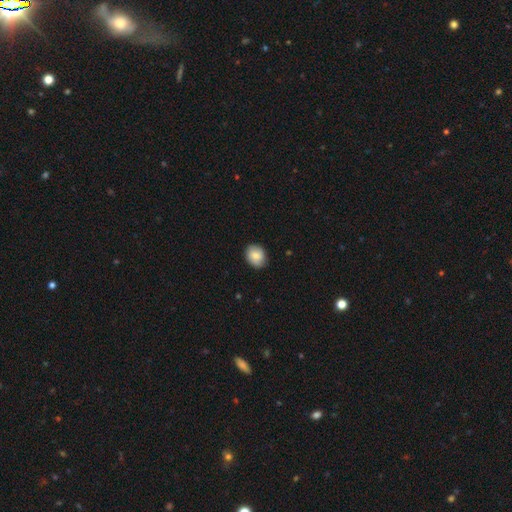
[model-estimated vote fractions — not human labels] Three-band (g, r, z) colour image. It shows a smooth galaxy with no disk features (68%) that is round (50%). Merging: none (83%).